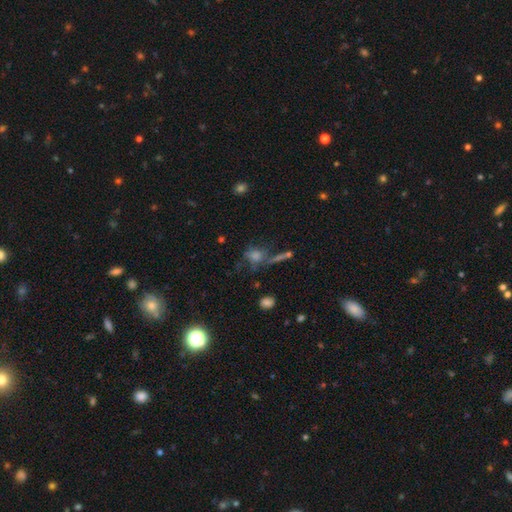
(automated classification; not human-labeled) The model was most divided on "smooth or featured": smooth: 36%, featured or disk: 33%, star or artifact: 31%. More confident: merging — none (52%).